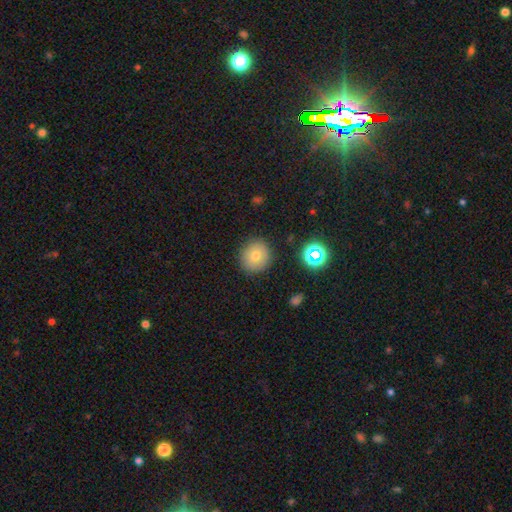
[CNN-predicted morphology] smooth 72%, featured or disk 15%, star or artifact 13%. Down the decision tree: how rounded — round (89%); merging — none (87%).